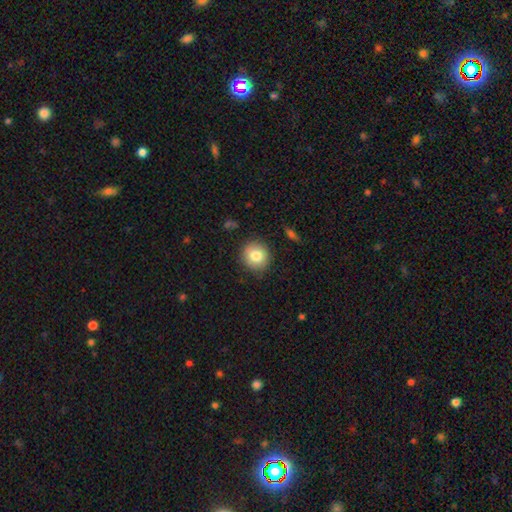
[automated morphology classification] This appears to be a smooth galaxy with no disk features (81%) that is round (87%). Merging: none (87%).